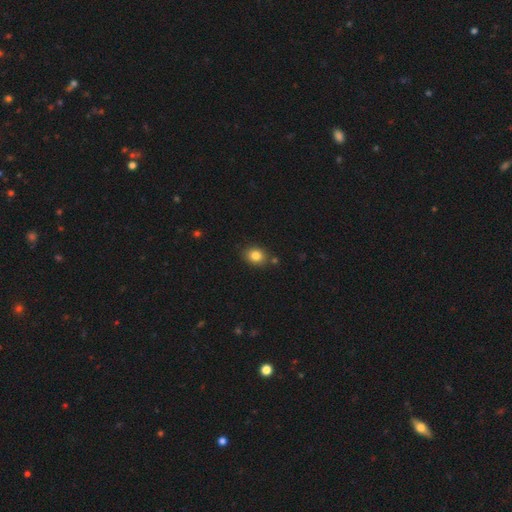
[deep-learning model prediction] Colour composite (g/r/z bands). It shows a smooth galaxy with no disk features (83%) that is round (55%). Merging: none (81%).